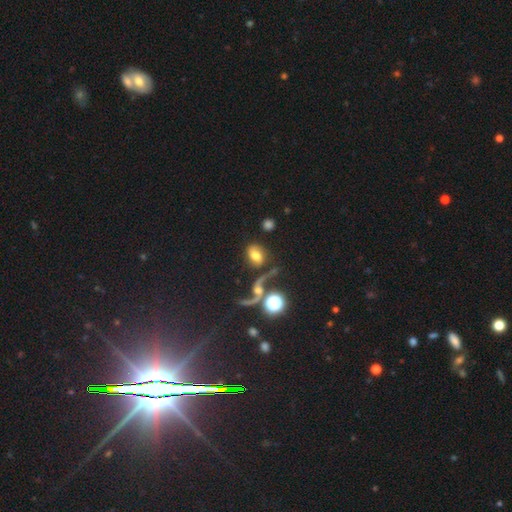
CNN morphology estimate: smooth_or_featured: smooth (p=0.60) [alt: featured or disk p=0.27]
how_rounded: in between (p=0.75) [alt: round p=0.22]
merging: none (p=0.57) [alt: minor disturbance p=0.15]